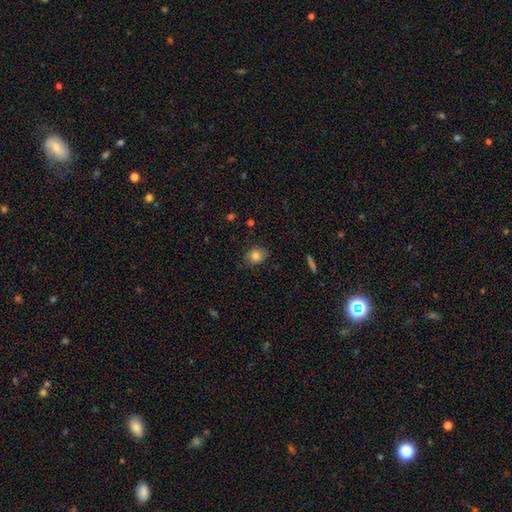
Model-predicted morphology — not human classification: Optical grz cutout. It shows a smooth galaxy with no disk features (83%) that is in between round and cigar-shaped (53%). Merging: none (79%).